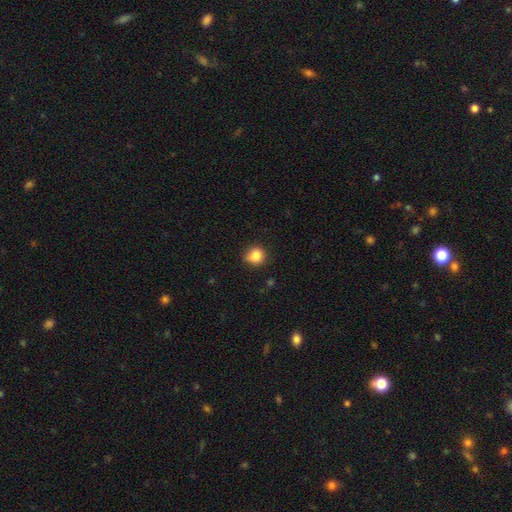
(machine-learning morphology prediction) Smooth or featured?
  - smooth: 83% *
  - star or artifact: 11%
  - featured or disk: 6%
How rounded?
  - round: 87% *
  - in between: 12%
  - cigar-shaped: 1%
Merging?
  - none: 72% *
  - minor disturbance: 22%
  - major disturbance: 4%
  - merger: 2%